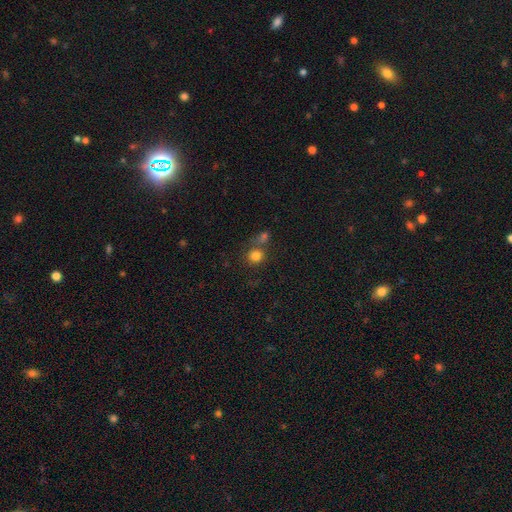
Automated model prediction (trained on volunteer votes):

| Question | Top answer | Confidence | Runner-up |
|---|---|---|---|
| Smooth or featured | smooth | 80% | star or artifact (13%) |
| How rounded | round | 87% | in between (12%) |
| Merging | none | 58% | merger (27%) |